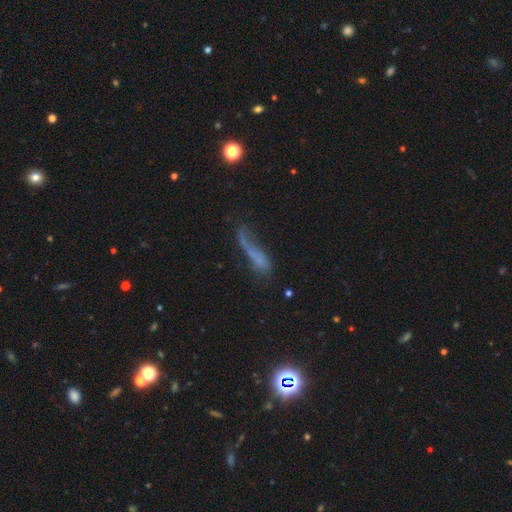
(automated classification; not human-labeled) The model was most divided on "merging": major disturbance: 34%, none: 33%, minor disturbance: 25%, merger: 8%. Remaining: smooth or featured — smooth (46%).